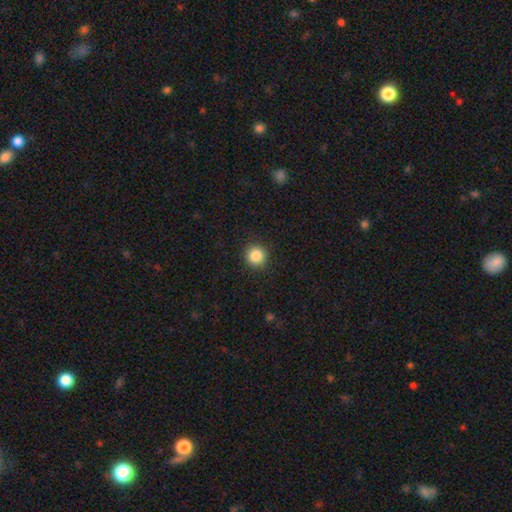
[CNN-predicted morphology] Smooth or featured? smooth (86%)
How rounded? round (94%)
Merging? none (91%)